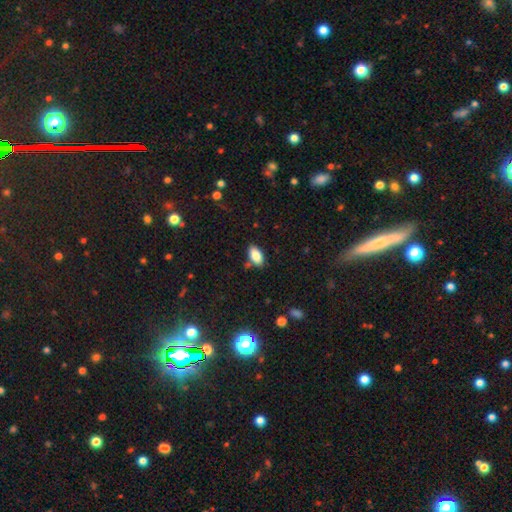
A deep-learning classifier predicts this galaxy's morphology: Smooth or featured? smooth (85%)
How rounded? in between (92%)
Merging? none (80%)